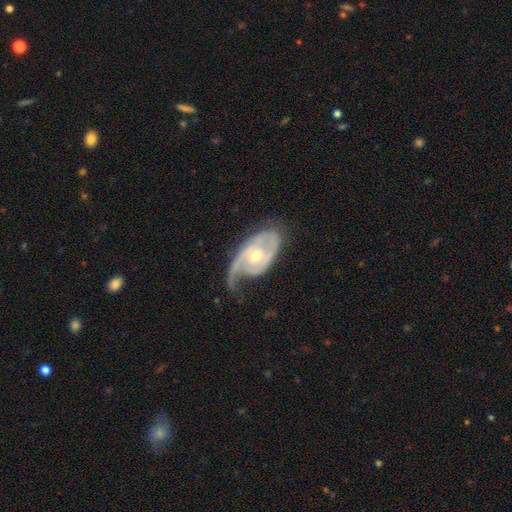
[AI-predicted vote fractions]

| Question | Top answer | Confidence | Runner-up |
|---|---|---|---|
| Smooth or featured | featured or disk | 87% | smooth (8%) |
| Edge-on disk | no | 96% | yes (4%) |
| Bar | no | 60% | weak (32%) |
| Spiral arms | yes | 95% | no (5%) |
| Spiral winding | medium | 42% | tight (41%) |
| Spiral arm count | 2 | 57% | 1 (22%) |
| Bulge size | moderate | 48% | tied: small (48%) |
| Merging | none | 47% | minor disturbance (28%) |